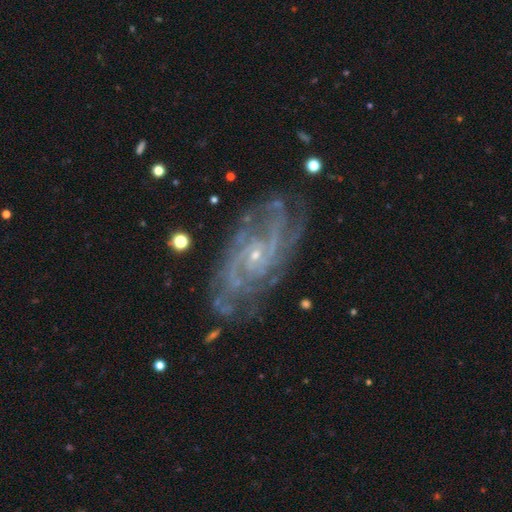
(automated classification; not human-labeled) Morphology: type=featured or disk (89%); edge-on=no (96%); bar=no (67%); spiral arms=yes (97%); winding=tight (56%); arm count=can't tell (27%); bulge=small (84%); merging=none (75%).